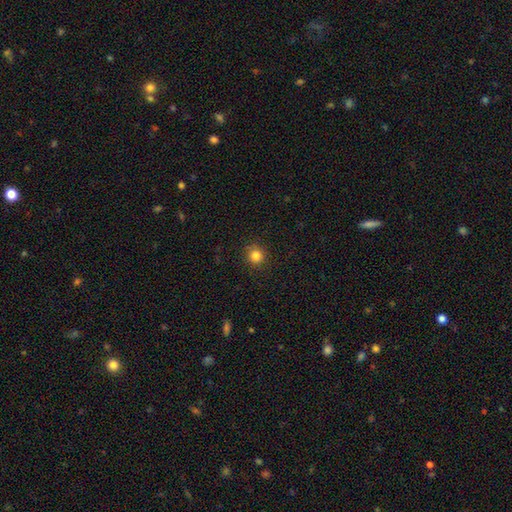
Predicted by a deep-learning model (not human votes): Smooth or featured? Predicted: smooth (p=0.83). How rounded? Predicted: round (p=0.92). Merging? Predicted: none (p=0.88).